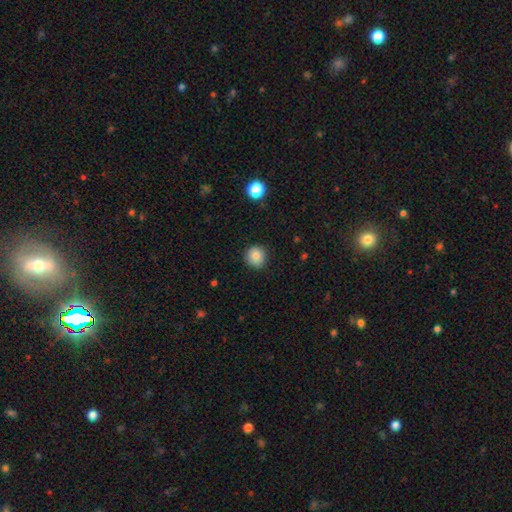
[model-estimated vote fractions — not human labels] Overall: smooth (82%). How rounded: round (91%). Merging: none (85%).